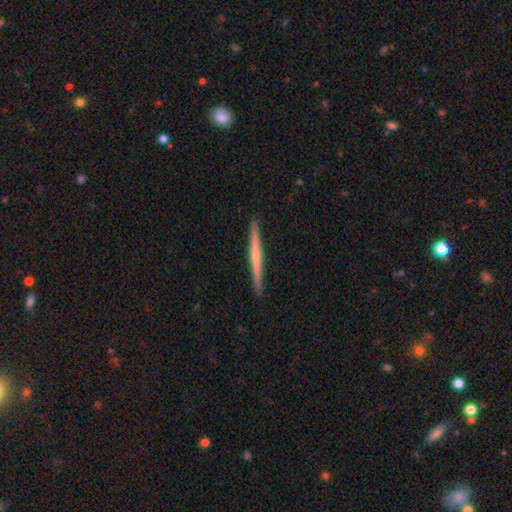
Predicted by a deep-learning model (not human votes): A featured or disk galaxy (53%) viewed edge-on (98%) with no central bulge (66%).

Vote fractions:
- Smooth or featured? featured or disk: 53% / smooth: 42% / star or artifact: 5%
- Edge-on disk? yes: 98% / no: 2%
- Edge-on bulge? none: 66% / rounded: 26% / boxy: 8%
- Merging? none: 92% / minor disturbance: 6% / major disturbance: 1% / merger: 1%